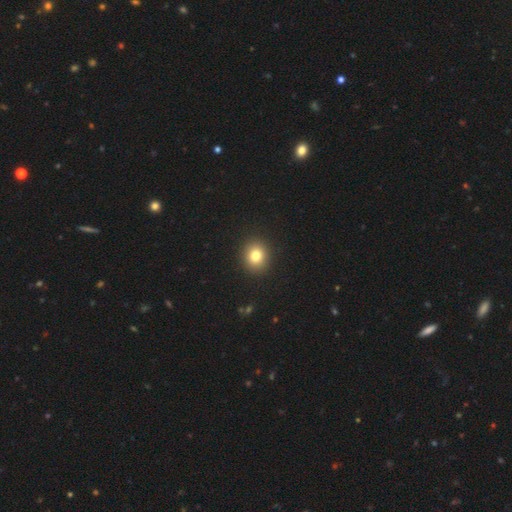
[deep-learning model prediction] smooth_or_featured: smooth (p=0.81) [alt: star or artifact p=0.11]
how_rounded: round (p=0.75) [alt: in between p=0.24]
merging: none (p=0.92) [alt: minor disturbance p=0.05]